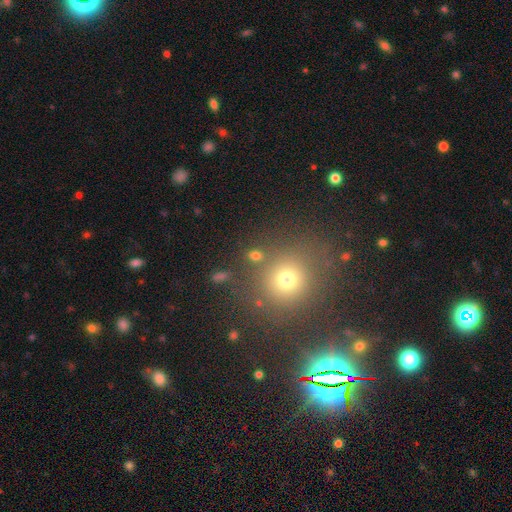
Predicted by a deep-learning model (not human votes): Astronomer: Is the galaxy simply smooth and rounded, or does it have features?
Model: smooth — 72%.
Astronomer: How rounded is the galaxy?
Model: round — 69%.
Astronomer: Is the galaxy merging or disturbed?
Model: none — 76%.